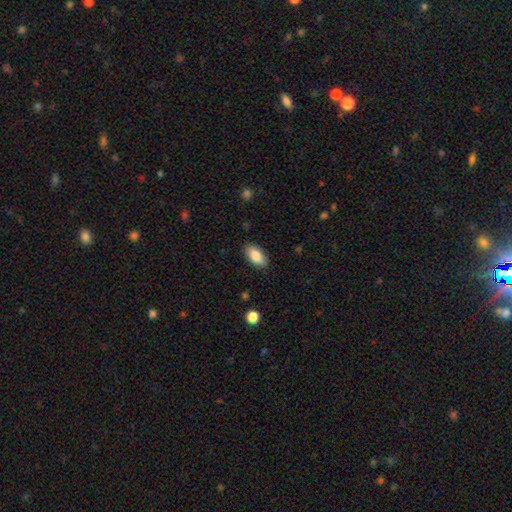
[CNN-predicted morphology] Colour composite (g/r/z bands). It shows a smooth galaxy with no disk features (84%) that is in between round and cigar-shaped (93%). Merging: none (87%).